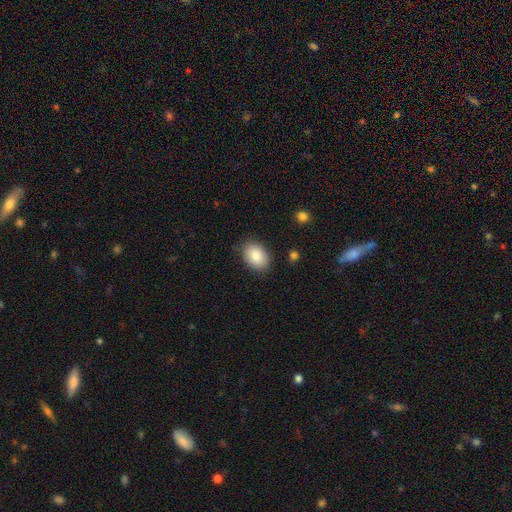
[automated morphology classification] The model was most divided on "how rounded": in between: 80%, round: 19%, cigar-shaped: 1%. More confident: smooth or featured — smooth (85%); merging — none (84%).